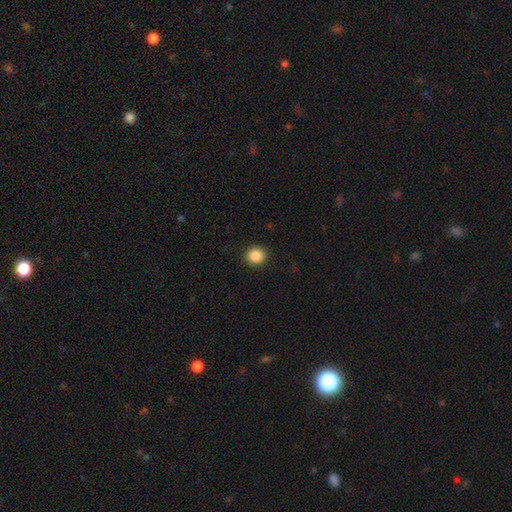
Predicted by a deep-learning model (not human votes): Q: Smooth or featured?
A: smooth (86%); runner-up: star or artifact (10%)
Q: How rounded?
A: round (87%); runner-up: in between (12%)
Q: Merging?
A: none (92%); runner-up: minor disturbance (5%)